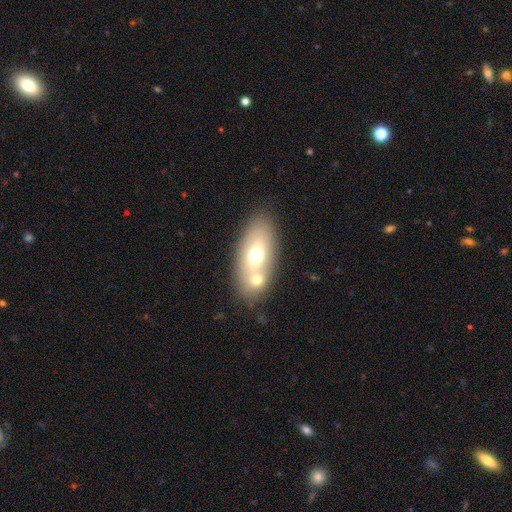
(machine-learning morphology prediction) This is possibly a smooth galaxy (58%). How rounded: clearly in between (85%). Merging: possibly none (50%).